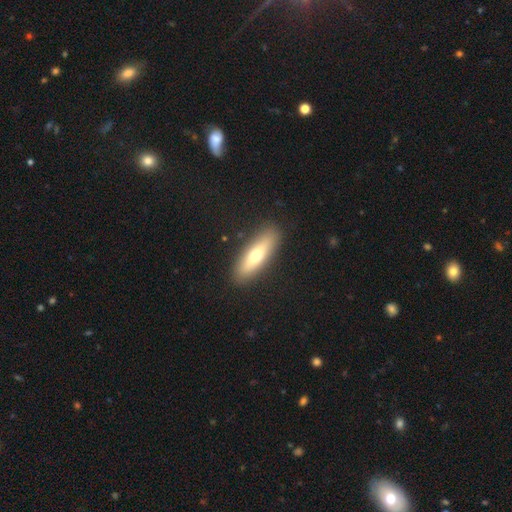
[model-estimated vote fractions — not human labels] A smooth galaxy with no disk features (62%) that is cigar-shaped (58%).

Vote fractions:
- Smooth or featured? smooth: 62% / featured or disk: 32% / star or artifact: 6%
- How rounded? cigar-shaped: 58% / in between: 40% / round: 2%
- Merging? none: 89% / minor disturbance: 8% / major disturbance: 2% / merger: 1%